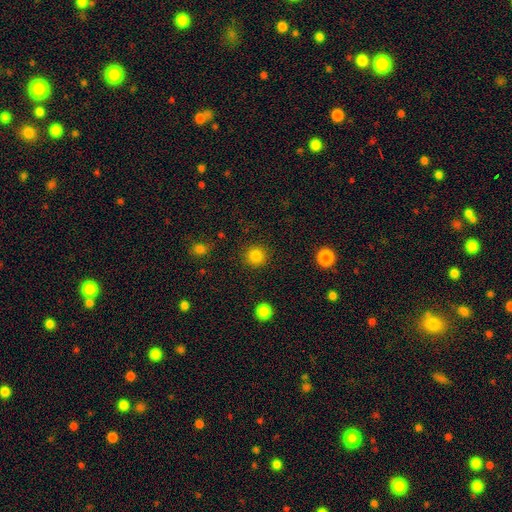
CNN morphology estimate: type=smooth (84%); roundness=round (94%); merging=none (91%).